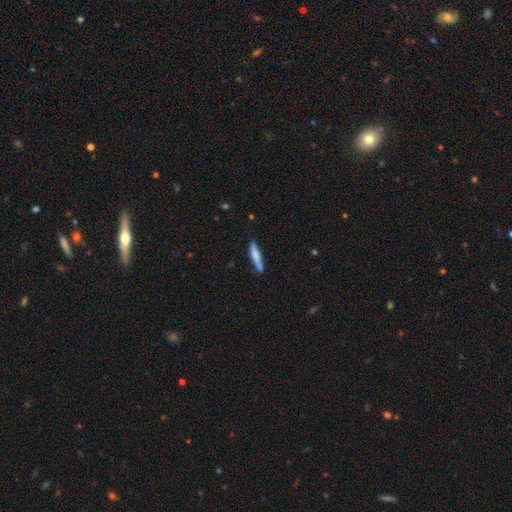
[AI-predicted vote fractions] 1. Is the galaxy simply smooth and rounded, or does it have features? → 71% smooth, 23% featured or disk, 6% star or artifact.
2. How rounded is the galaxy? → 90% cigar-shaped, 9% in between, 1% round.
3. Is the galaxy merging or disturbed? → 68% none, 19% minor disturbance, 9% merger, 4% major disturbance.